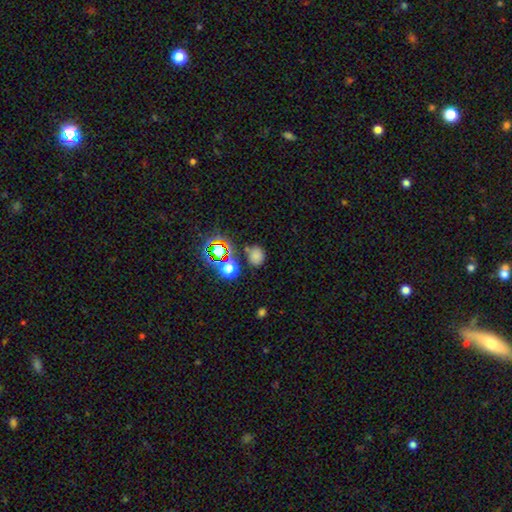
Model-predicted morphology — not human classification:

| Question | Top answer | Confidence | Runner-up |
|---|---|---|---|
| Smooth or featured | smooth | 68% | star or artifact (26%) |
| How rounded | round | 66% | in between (33%) |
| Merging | none | 75% | minor disturbance (13%) |